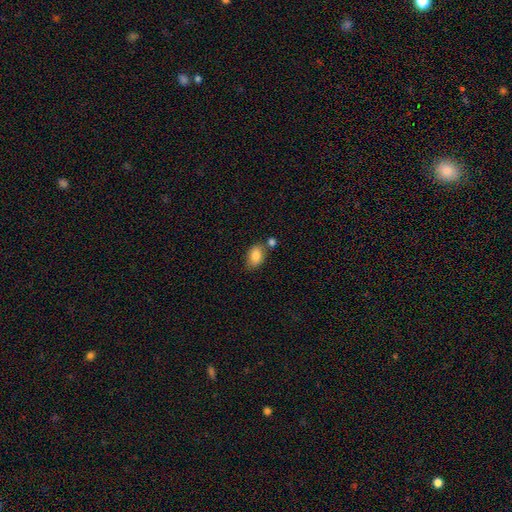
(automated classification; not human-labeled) smooth-or-featured: smooth: 85% | featured or disk: 8% | star or artifact: 8%
  how-rounded: in between: 88% | round: 11% | cigar-shaped: 2%
  merging: none: 64% | minor disturbance: 17% | merger: 16% | major disturbance: 4%